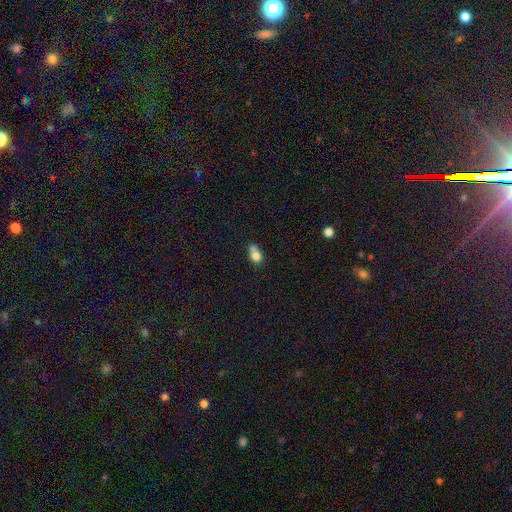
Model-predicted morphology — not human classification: type=smooth (77%); roundness=round (54%); merging=merger (42%).